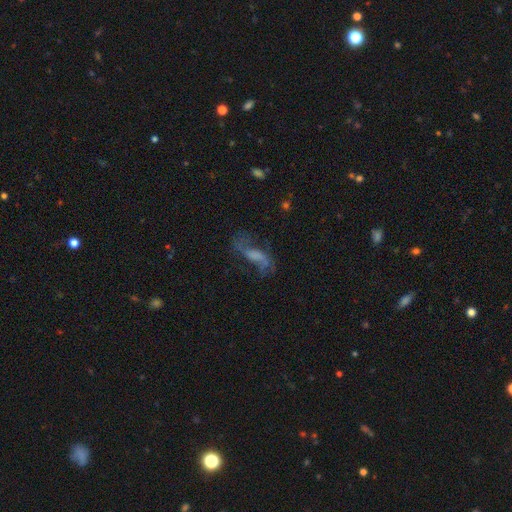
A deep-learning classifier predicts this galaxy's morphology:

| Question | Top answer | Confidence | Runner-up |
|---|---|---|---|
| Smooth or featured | featured or disk | 59% | smooth (28%) |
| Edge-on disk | no | 89% | yes (11%) |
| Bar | no | 44% | weak (37%) |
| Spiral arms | yes | 73% | no (27%) |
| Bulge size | none | 49% | moderate (19%) |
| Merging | none | 47% | major disturbance (29%) |